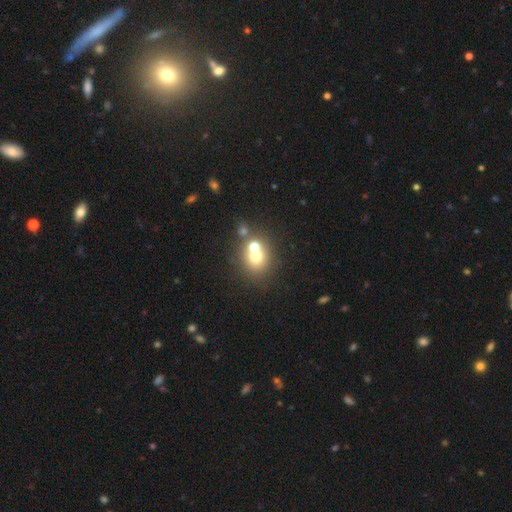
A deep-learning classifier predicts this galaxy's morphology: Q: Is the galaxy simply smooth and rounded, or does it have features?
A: smooth — 66%.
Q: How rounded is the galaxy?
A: round — 77%.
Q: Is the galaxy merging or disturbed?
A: merger — 45%.